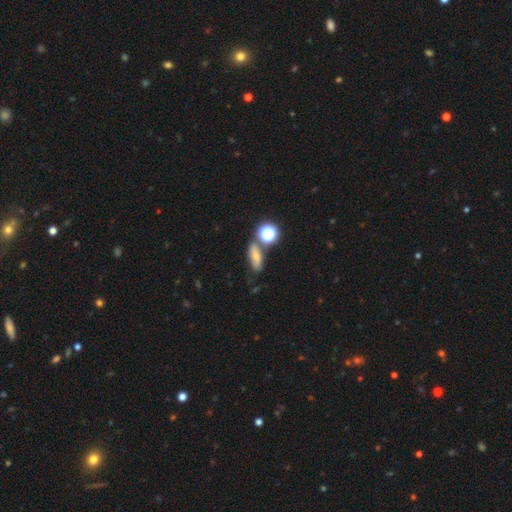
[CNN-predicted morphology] smooth_or_featured: smooth (p=0.58) [alt: featured or disk p=0.23]
how_rounded: in between (p=0.58) [alt: round p=0.21]
merging: none (p=0.62) [alt: minor disturbance p=0.17]